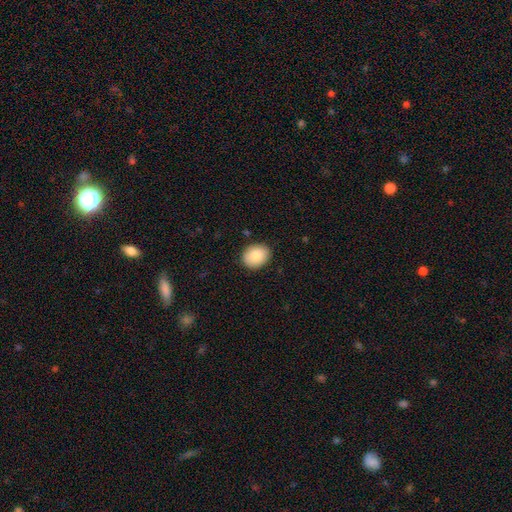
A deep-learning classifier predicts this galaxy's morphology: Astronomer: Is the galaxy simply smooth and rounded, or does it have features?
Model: smooth — 87%.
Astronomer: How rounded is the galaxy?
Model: round — 50% (runner-up: in between, 49%).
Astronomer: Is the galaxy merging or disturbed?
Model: none — 88%.